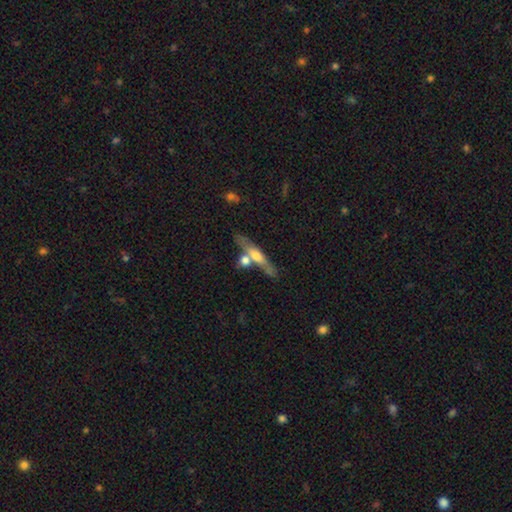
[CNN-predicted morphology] smooth_or_featured: featured or disk (p=0.53) [alt: smooth p=0.40]
disk_edge_on: yes (p=0.83) [alt: no p=0.17]
merging: none (p=0.53) [alt: merger p=0.30]